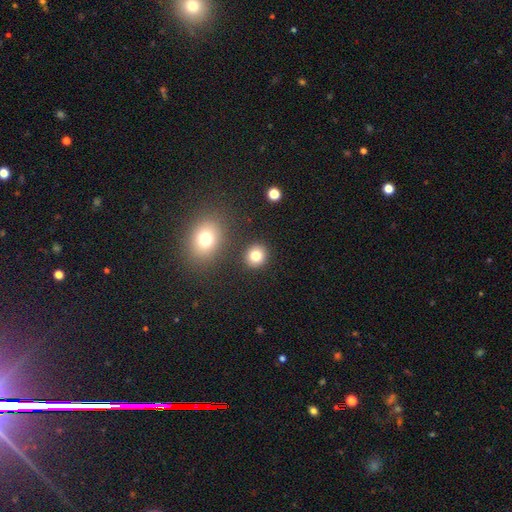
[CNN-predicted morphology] Smooth or featured?
  - smooth: 80% *
  - star or artifact: 12%
  - featured or disk: 8%
How rounded?
  - round: 82% *
  - in between: 17%
  - cigar-shaped: 1%
Merging?
  - none: 86% *
  - minor disturbance: 7%
  - merger: 5%
  - major disturbance: 3%